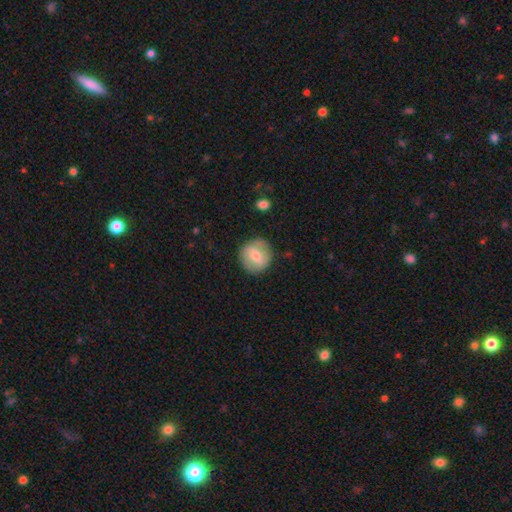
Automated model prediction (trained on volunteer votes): The model was most divided on "smooth or featured": smooth: 65%, featured or disk: 28%, star or artifact: 7%. More confident: how rounded — round (88%); merging — none (82%).